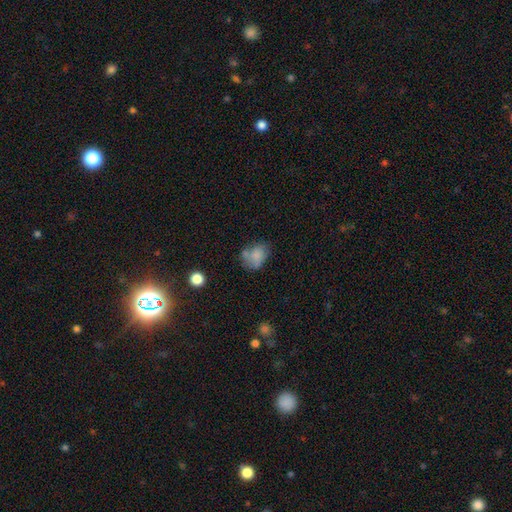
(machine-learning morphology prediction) Q: Smooth or featured?
A: smooth (72%); runner-up: featured or disk (17%)
Q: How rounded?
A: in between (61%); runner-up: round (37%)
Q: Merging?
A: none (41%); runner-up: minor disturbance (26%)